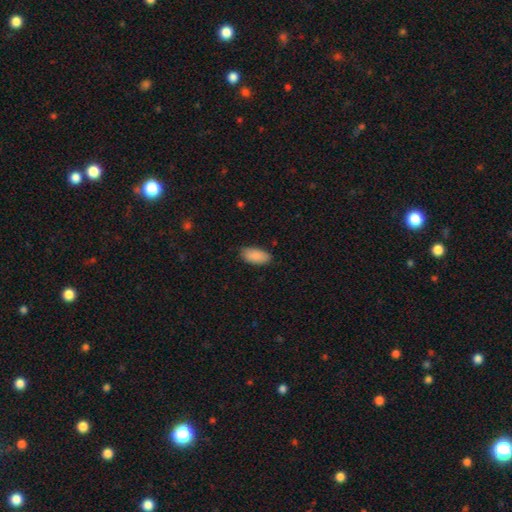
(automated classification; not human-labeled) Morphology: type=smooth (89%); roundness=in between (93%); merging=none (84%).